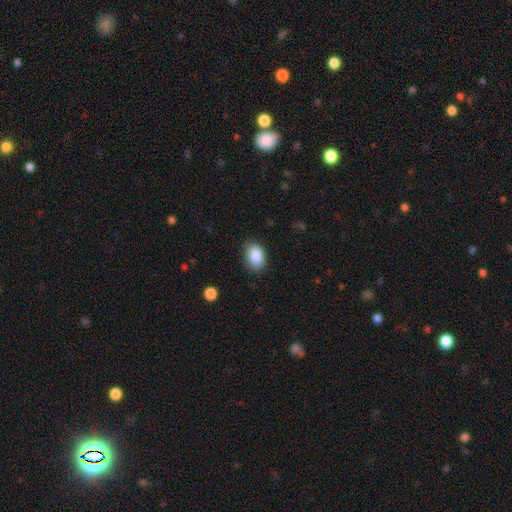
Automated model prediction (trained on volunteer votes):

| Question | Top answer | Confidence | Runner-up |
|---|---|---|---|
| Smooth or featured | smooth | 88% | star or artifact (7%) |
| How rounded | in between | 85% | round (14%) |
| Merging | none | 84% | minor disturbance (12%) |